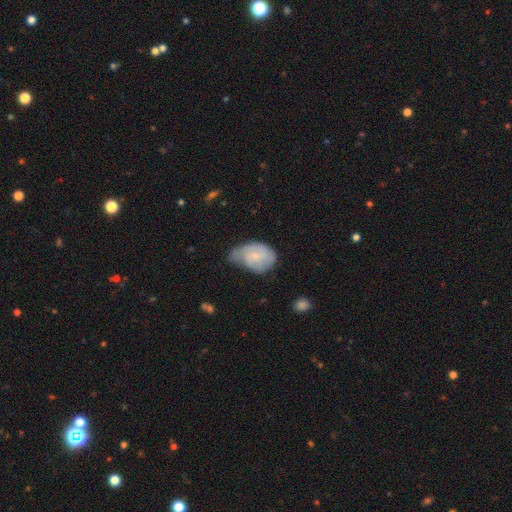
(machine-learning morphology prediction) A featured or disk galaxy (55%) with no bar (56%), spiral arms (85%) and a small central bulge (66%).

Vote fractions:
- Smooth or featured? featured or disk: 55% / smooth: 39% / star or artifact: 6%
- Edge-on disk? no: 97% / yes: 3%
- Bar? no: 56% / weak: 38% / strong: 5%
- Spiral arms? yes: 85% / no: 15%
- Bulge size? small: 66% / moderate: 22% / none: 10% / large: 1% / dominant: 1%
- Merging? minor disturbance: 43% / none: 36% / major disturbance: 18% / merger: 3%